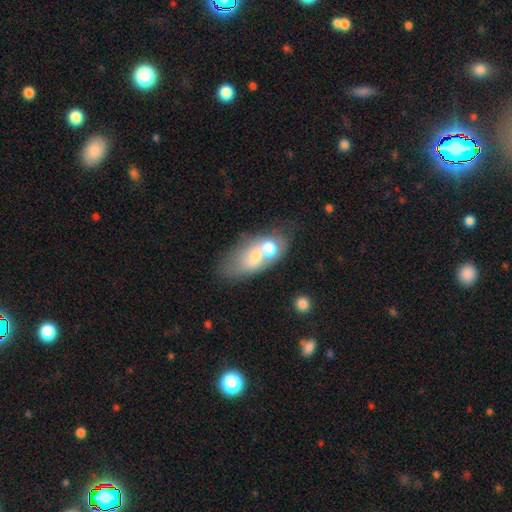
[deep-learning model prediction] A smooth galaxy with no disk features (54%) that is in between round and cigar-shaped (82%).

Vote fractions:
- Smooth or featured? smooth: 54% / featured or disk: 37% / star or artifact: 9%
- How rounded? in between: 82% / round: 11% / cigar-shaped: 6%
- Merging? merger: 54% / none: 24% / minor disturbance: 12% / major disturbance: 9%